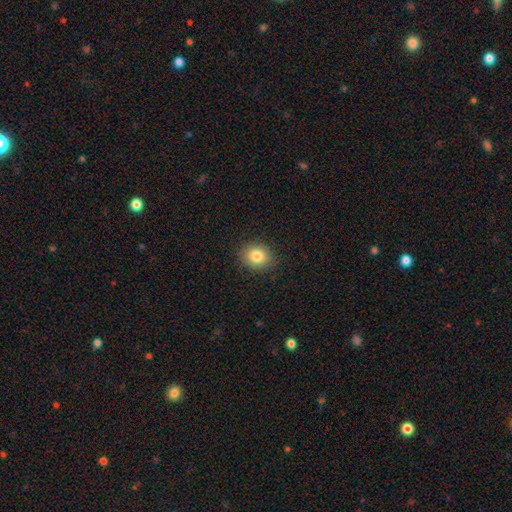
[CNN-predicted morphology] Overall: smooth (83%). How rounded: round (66%; in between 33%). Merging: none (89%).